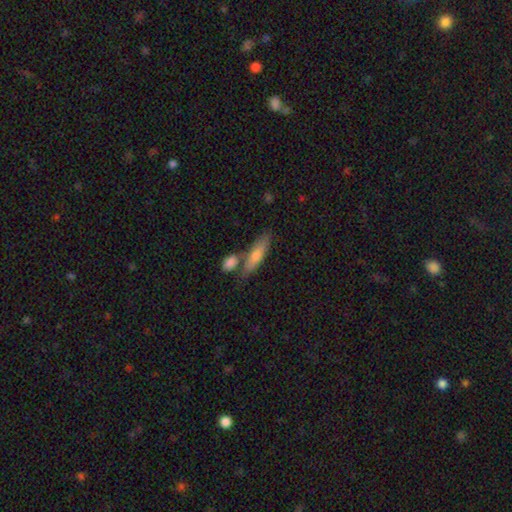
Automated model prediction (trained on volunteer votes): A smooth galaxy with no disk features (67%) that is cigar-shaped (62%).

Vote fractions:
- Smooth or featured? smooth: 67% / featured or disk: 26% / star or artifact: 7%
- How rounded? cigar-shaped: 62% / in between: 35% / round: 3%
- Merging? none: 57% / merger: 26% / minor disturbance: 13% / major disturbance: 4%